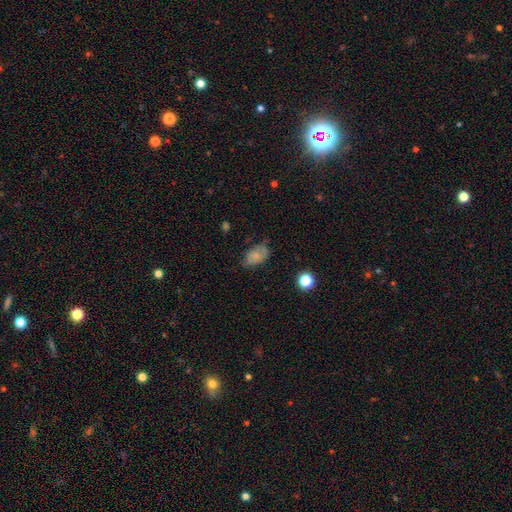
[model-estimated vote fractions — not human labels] Smooth or featured?
  - smooth: 63% *
  - featured or disk: 26%
  - star or artifact: 11%
How rounded?
  - in between: 88% *
  - round: 10%
  - cigar-shaped: 2%
Merging?
  - none: 58% *
  - minor disturbance: 29%
  - major disturbance: 11%
  - merger: 2%